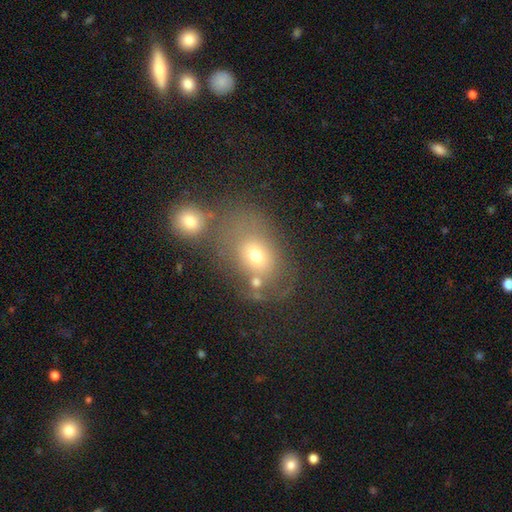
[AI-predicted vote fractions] A smooth galaxy with no disk features (63%) that is in between round and cigar-shaped (59%). Merging: none (43%).